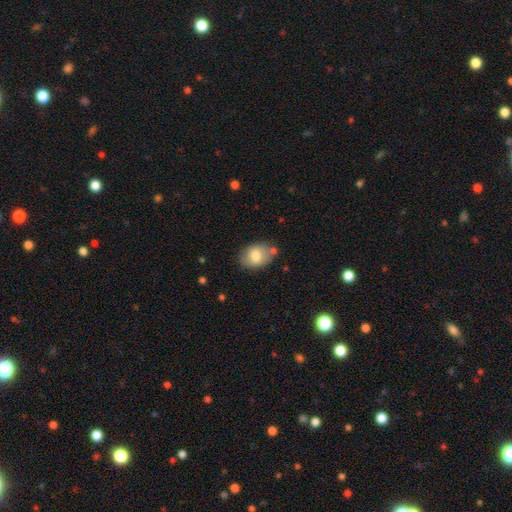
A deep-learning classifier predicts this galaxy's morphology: Smooth or featured? smooth (76%)
How rounded? in between (78%)
Merging? none (71%)